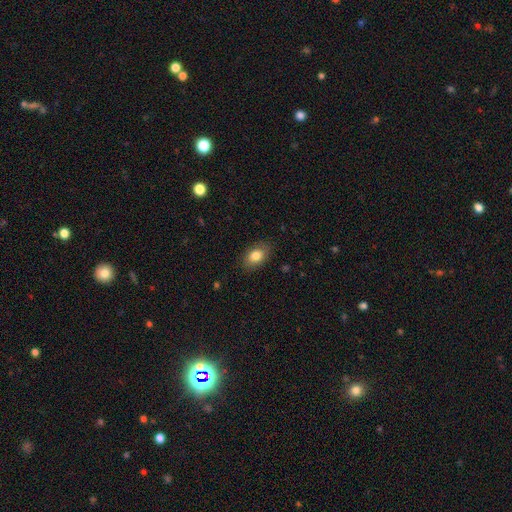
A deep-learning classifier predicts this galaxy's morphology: smooth-or-featured: smooth: 83% | featured or disk: 9% | star or artifact: 8%
  how-rounded: in between: 86% | round: 12% | cigar-shaped: 2%
  merging: none: 86% | minor disturbance: 11% | major disturbance: 3% | merger: 1%